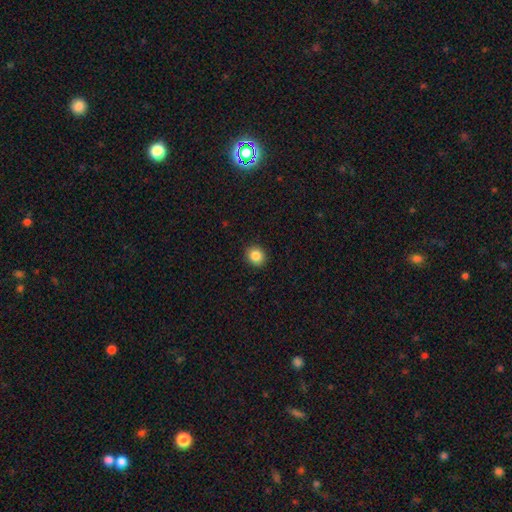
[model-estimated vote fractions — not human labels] Smooth or featured?
  - smooth: 85% *
  - star or artifact: 10%
  - featured or disk: 5%
How rounded?
  - round: 83% *
  - in between: 16%
  - cigar-shaped: 1%
Merging?
  - none: 92% *
  - minor disturbance: 6%
  - major disturbance: 2%
  - merger: 1%